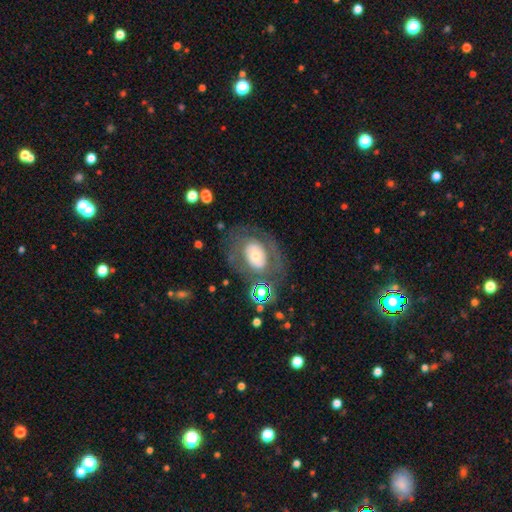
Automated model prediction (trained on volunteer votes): smooth_or_featured: featured or disk (p=0.53) [alt: smooth p=0.37]
disk_edge_on: no (p=0.94) [alt: yes p=0.06]
bar: no (p=0.78) [alt: weak p=0.15]
has_spiral_arms: no (p=0.67) [alt: yes p=0.33]
bulge_size: moderate (p=0.44) [alt: small p=0.41]
merging: none (p=0.64) [alt: major disturbance p=0.17]